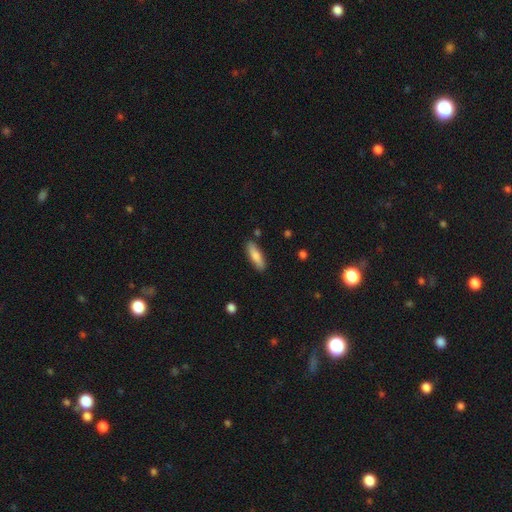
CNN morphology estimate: A smooth galaxy with no disk features (79%) that is cigar-shaped (55%). Merging: none (85%).